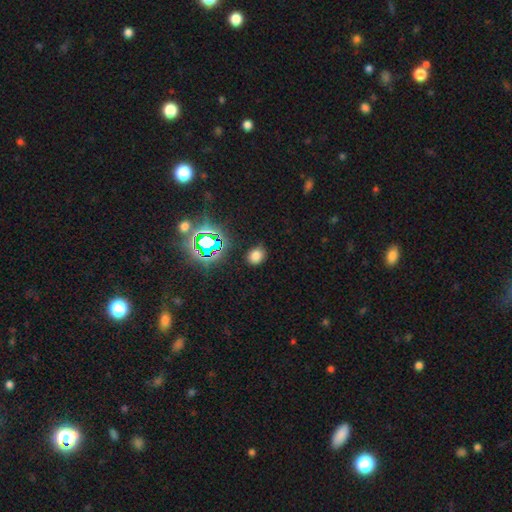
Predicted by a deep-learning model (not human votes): This is likely a smooth galaxy (70%). How rounded: possibly in between (50%). Merging: clearly none (82%).